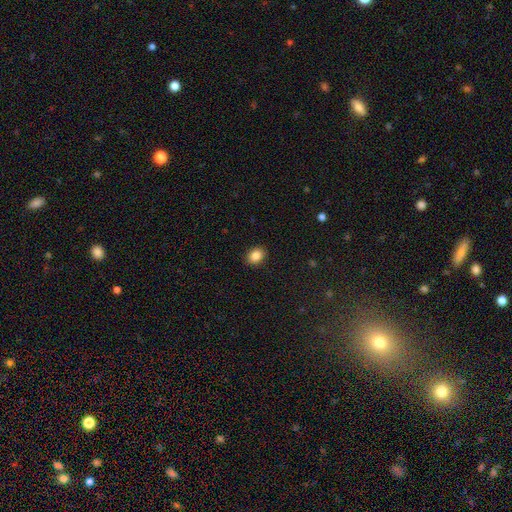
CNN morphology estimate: This is clearly a smooth galaxy (86%). How rounded: possibly in between (54%). Merging: clearly none (91%).